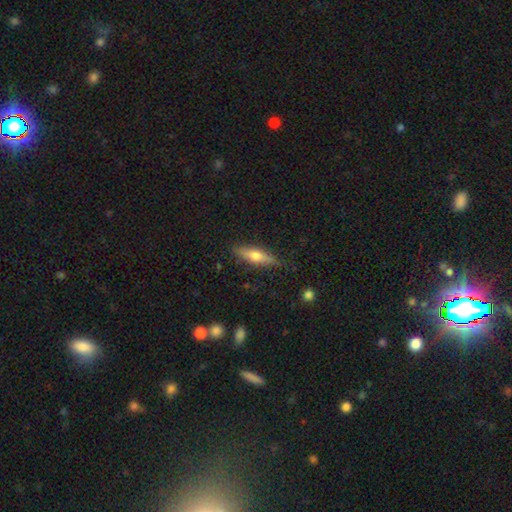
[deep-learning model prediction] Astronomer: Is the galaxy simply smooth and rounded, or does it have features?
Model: smooth — 49% (runner-up: featured or disk, 44%).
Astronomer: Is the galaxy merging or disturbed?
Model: none — 82%.